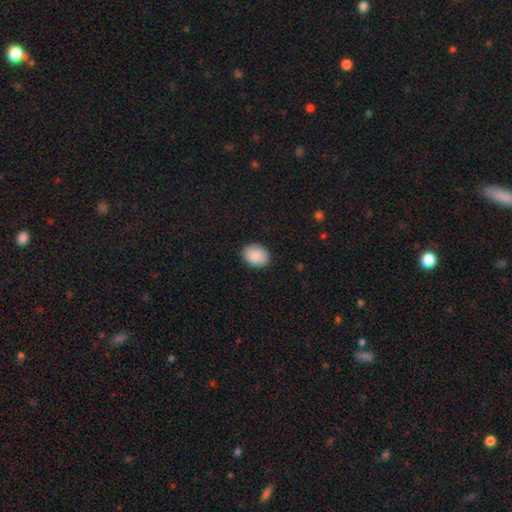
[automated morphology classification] Smooth or featured? smooth (89%)
How rounded? in between (59%)
Merging? none (89%)